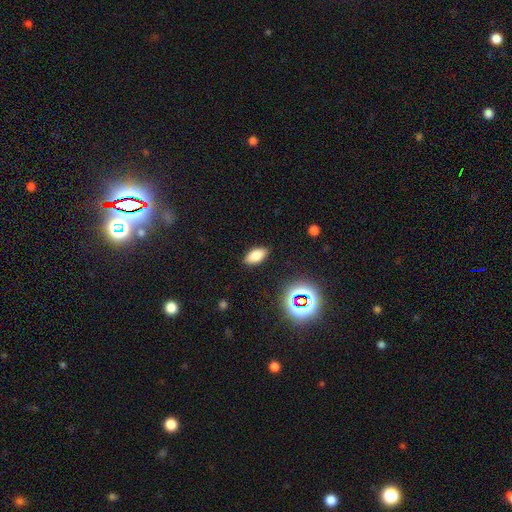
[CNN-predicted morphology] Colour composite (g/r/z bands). It shows a smooth galaxy with no disk features (78%) that is in between round and cigar-shaped (89%). Merging: none (86%).